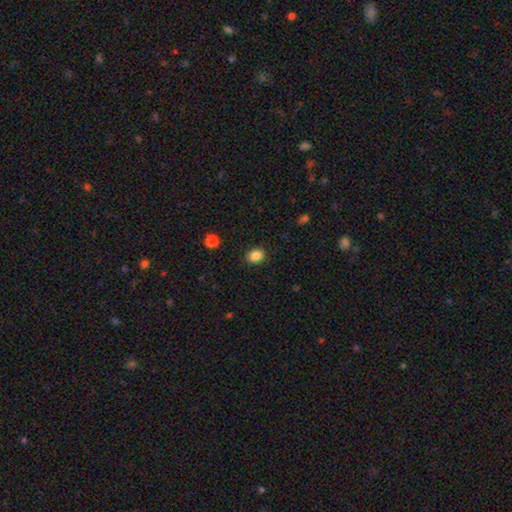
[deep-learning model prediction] smooth 85%, star or artifact 10%, featured or disk 4%. Down the decision tree: how rounded — in between (50%); merging — none (89%).